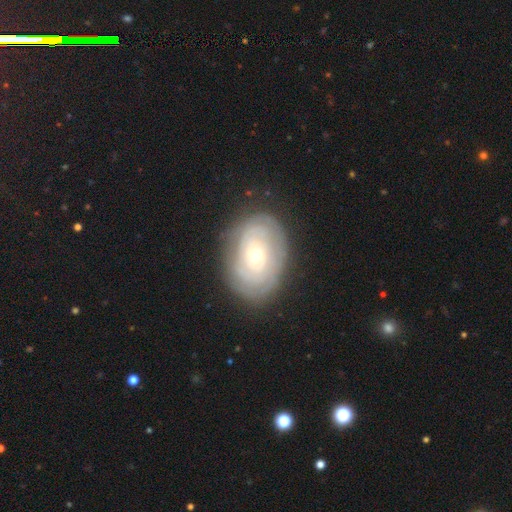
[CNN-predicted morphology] Smooth or featured: featured or disk — 68% (smooth — 25%)
Edge-on disk: no — 95% (yes — 5%)
Bar: no — 82% (weak — 14%)
Spiral arms: yes — 72% (no — 28%)
Bulge size: small — 51% (moderate — 45%)
Merging: none — 79% (minor disturbance — 14%)